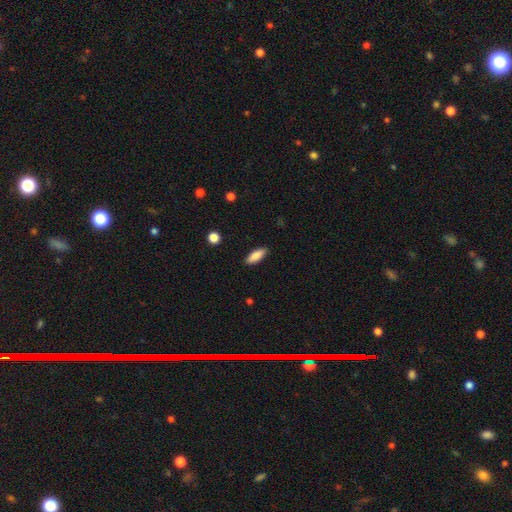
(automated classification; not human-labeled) smooth_or_featured: smooth (p=0.86) [alt: featured or disk p=0.08]
how_rounded: in between (p=0.68) [alt: cigar-shaped p=0.30]
merging: none (p=0.89) [alt: minor disturbance p=0.08]